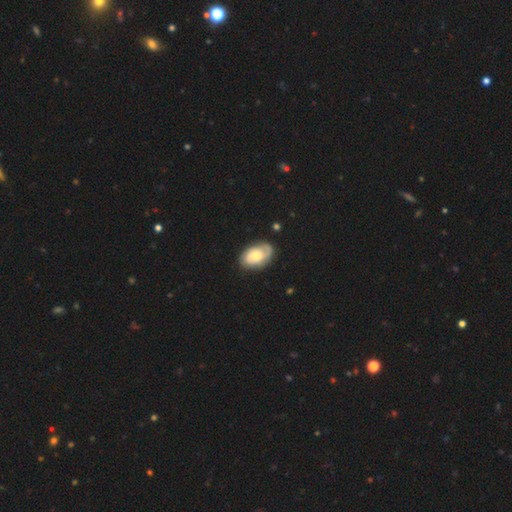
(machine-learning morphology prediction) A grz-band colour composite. It shows a featured or disk galaxy (64%) with no bar (75%), 2 (49%) tight (57%) spiral arms (86%) and a moderate central bulge (49%). Merging: none (72%).